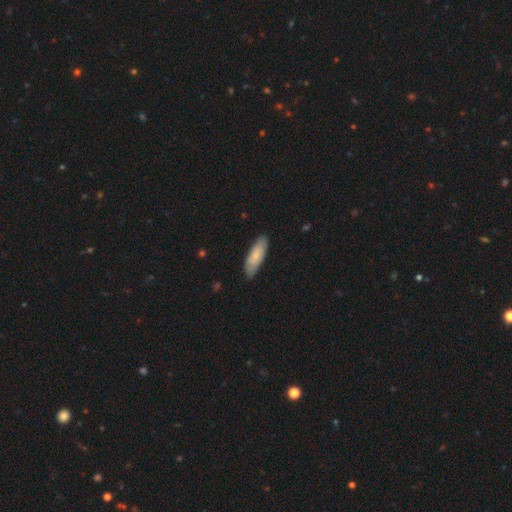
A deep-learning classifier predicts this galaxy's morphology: A smooth galaxy with no disk features (75%) that is in between round and cigar-shaped (58%). Merging: none (80%).